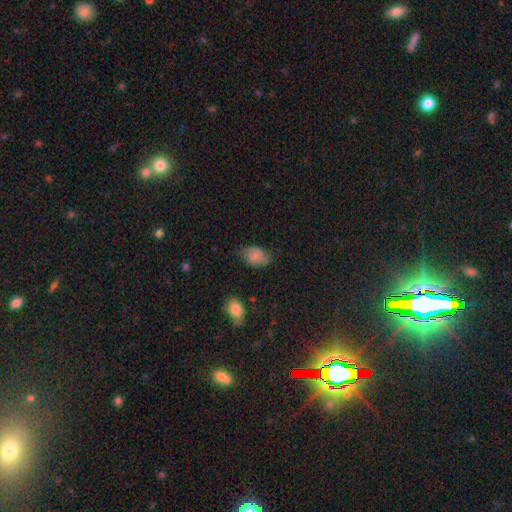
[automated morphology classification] Smooth or featured? Predicted: smooth (p=0.78). How rounded? Predicted: in between (p=0.85). Merging? Predicted: none (p=0.57).